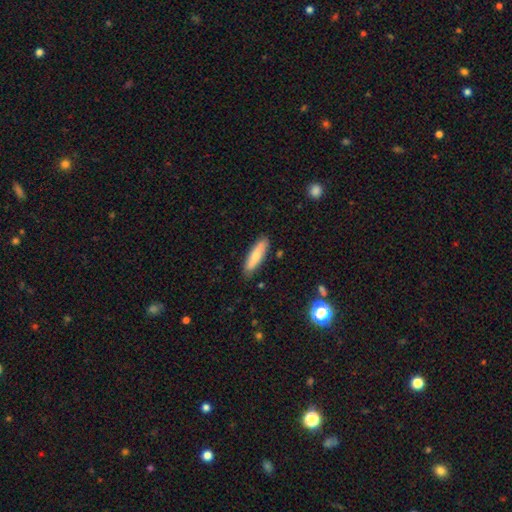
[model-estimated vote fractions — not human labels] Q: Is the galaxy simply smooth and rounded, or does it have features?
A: smooth — 73%.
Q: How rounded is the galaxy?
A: cigar-shaped — 62%.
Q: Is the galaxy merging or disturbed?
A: none — 84%.